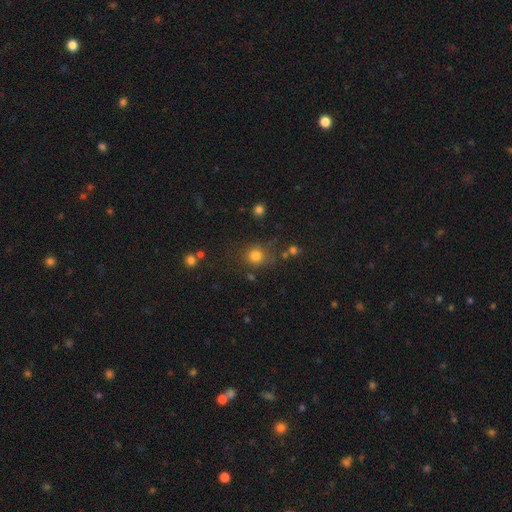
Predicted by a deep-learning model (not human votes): Q: Smooth or featured?
A: smooth (79%); runner-up: star or artifact (15%)
Q: How rounded?
A: round (85%); runner-up: in between (14%)
Q: Merging?
A: none (74%); runner-up: minor disturbance (13%)